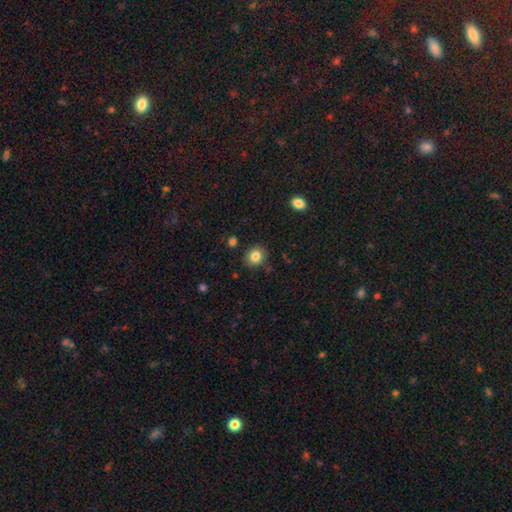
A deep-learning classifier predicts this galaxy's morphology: This appears to be a smooth galaxy with no disk features (84%) that is round (72%). Merging: none (86%).